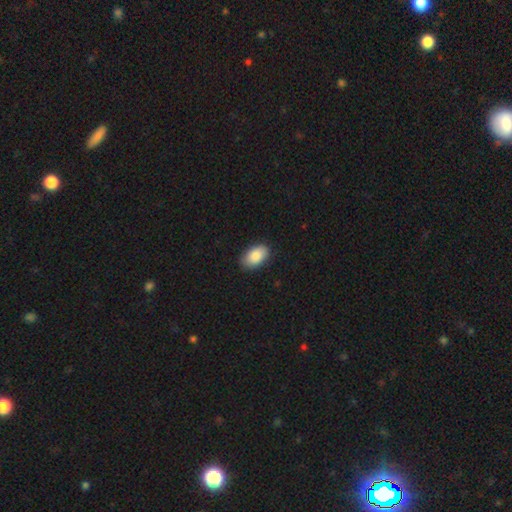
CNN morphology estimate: Overall: smooth (88%). How rounded: in between (93%). Merging: none (86%).